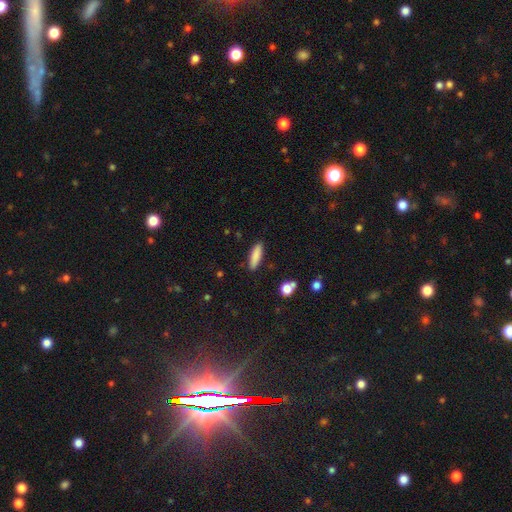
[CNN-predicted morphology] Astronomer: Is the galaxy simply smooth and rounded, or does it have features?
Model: smooth — 85%.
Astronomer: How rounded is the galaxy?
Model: cigar-shaped — 60% (runner-up: in between, 38%).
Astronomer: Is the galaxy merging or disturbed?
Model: none — 88%.